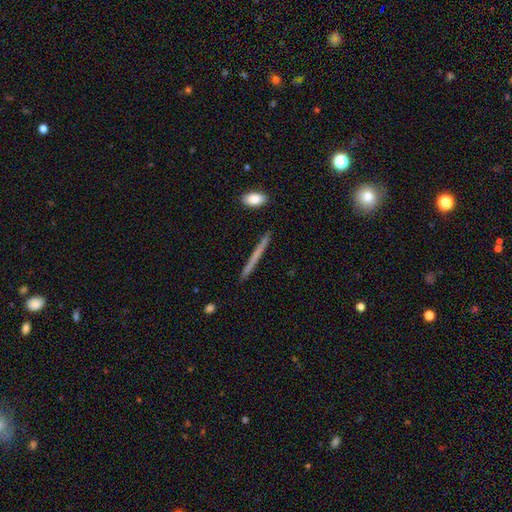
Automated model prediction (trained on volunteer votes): Smooth or featured?
  - smooth: 49% *
  - featured or disk: 44%
  - star or artifact: 7%
Merging?
  - none: 90% *
  - minor disturbance: 7%
  - merger: 2%
  - major disturbance: 1%